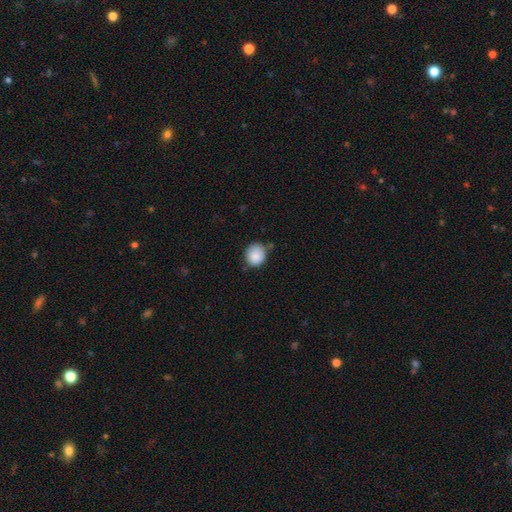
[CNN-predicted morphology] smooth 87%, star or artifact 8%, featured or disk 5%. Down the decision tree: how rounded — round (83%); merging — none (69%).